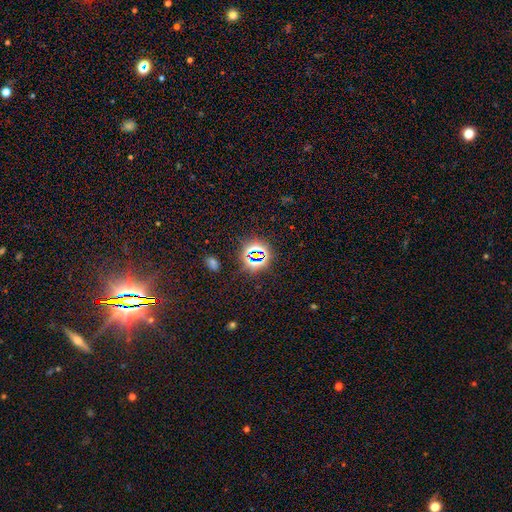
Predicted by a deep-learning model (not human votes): A star or artifact, not a galaxy (74%).